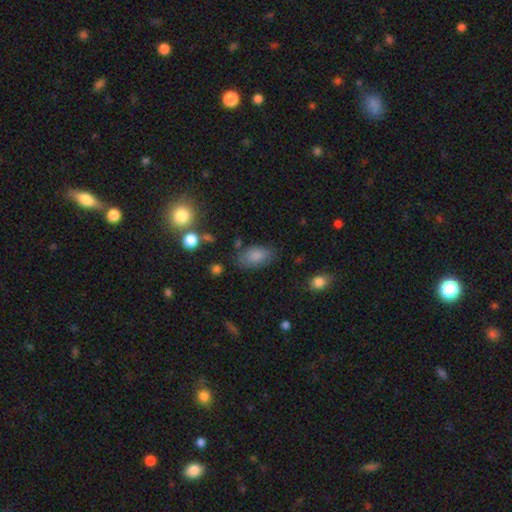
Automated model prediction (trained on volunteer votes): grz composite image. It shows a smooth galaxy with no disk features (84%) that is in between round and cigar-shaped (92%). Merging: none (73%).